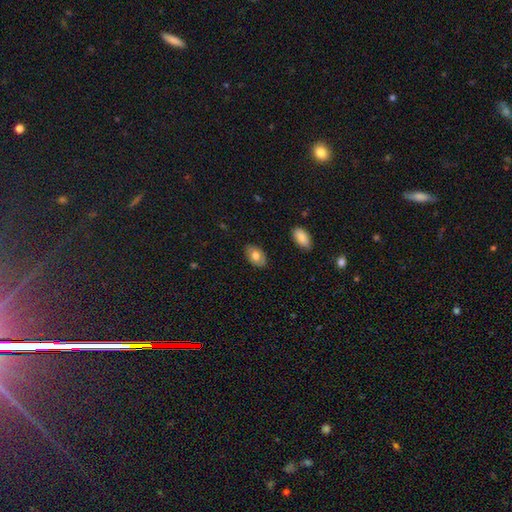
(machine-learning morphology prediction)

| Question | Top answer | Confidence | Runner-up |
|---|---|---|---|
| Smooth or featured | smooth | 72% | featured or disk (21%) |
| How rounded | in between | 90% | round (9%) |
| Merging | none | 84% | minor disturbance (12%) |